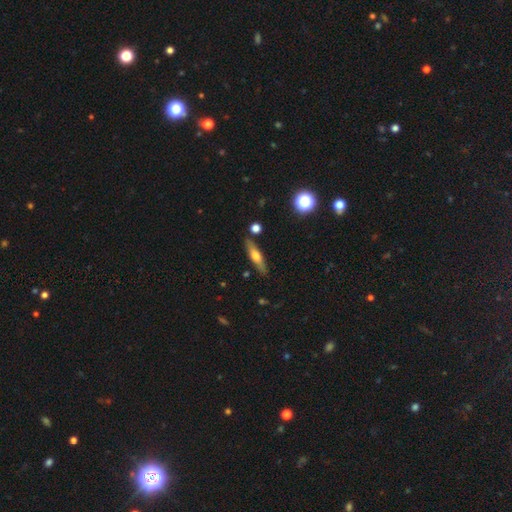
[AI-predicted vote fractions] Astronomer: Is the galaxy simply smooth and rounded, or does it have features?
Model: featured or disk — 49% (runner-up: smooth, 44%).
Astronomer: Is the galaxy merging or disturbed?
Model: none — 86%.